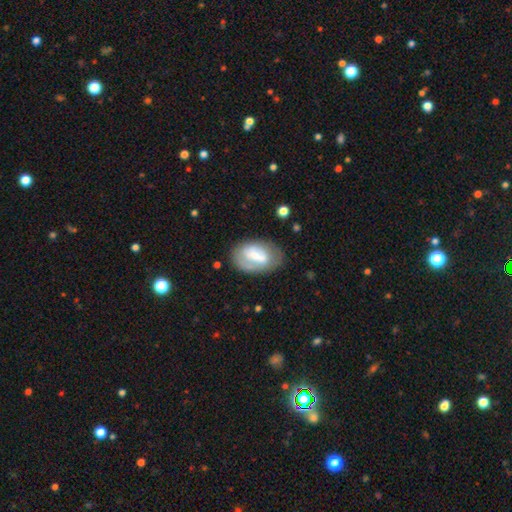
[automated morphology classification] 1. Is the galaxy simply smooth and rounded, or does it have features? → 50% smooth, 43% featured or disk, 7% star or artifact.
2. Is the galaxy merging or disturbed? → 64% none, 22% minor disturbance, 10% major disturbance, 4% merger.